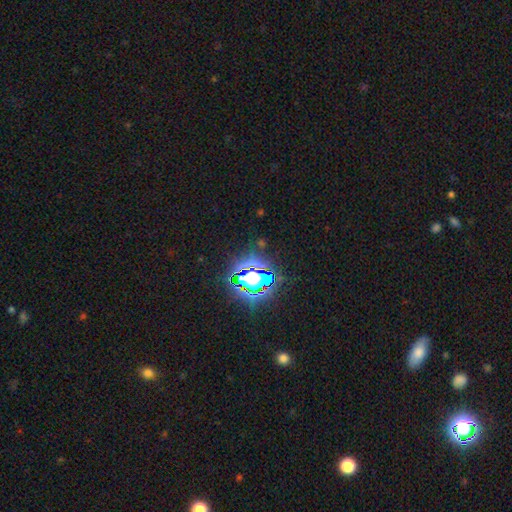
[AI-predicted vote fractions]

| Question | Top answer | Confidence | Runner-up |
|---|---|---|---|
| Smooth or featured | star or artifact | 81% | smooth (12%) |